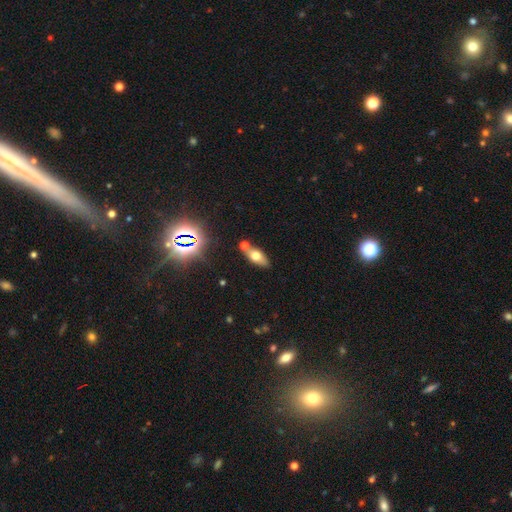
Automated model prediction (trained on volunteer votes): Q: Smooth or featured?
A: smooth (61%); runner-up: featured or disk (27%)
Q: How rounded?
A: in between (79%); runner-up: cigar-shaped (15%)
Q: Merging?
A: none (62%); runner-up: merger (22%)